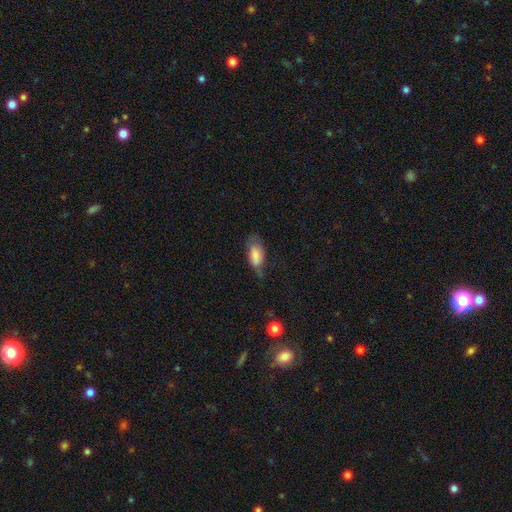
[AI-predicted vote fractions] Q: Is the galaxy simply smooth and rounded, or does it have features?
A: smooth — 78%.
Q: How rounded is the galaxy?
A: in between — 90%.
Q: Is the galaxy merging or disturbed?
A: minor disturbance — 37%.